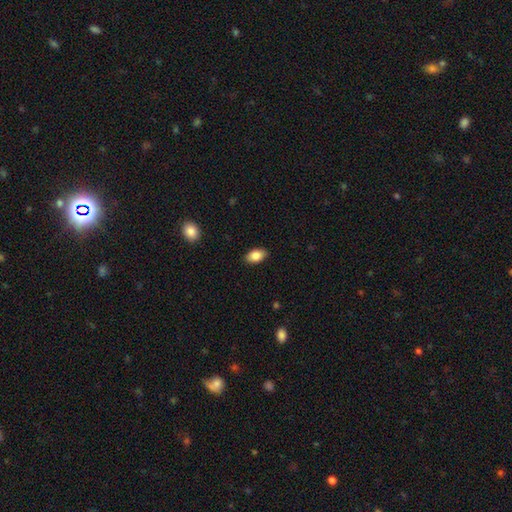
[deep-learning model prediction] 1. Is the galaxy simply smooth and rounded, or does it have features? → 85% smooth, 8% featured or disk, 7% star or artifact.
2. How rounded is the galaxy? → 90% in between, 8% round, 2% cigar-shaped.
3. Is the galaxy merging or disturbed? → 87% none, 10% minor disturbance, 2% major disturbance, 1% merger.